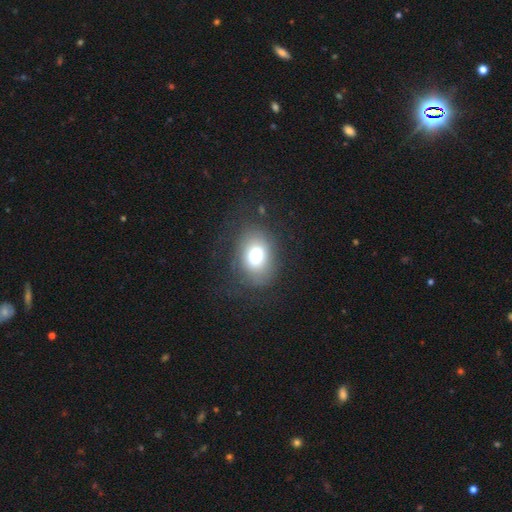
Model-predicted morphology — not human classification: Smooth or featured? Predicted: smooth (p=0.71). How rounded? Predicted: in between (p=0.68). Merging? Predicted: none (p=0.68).